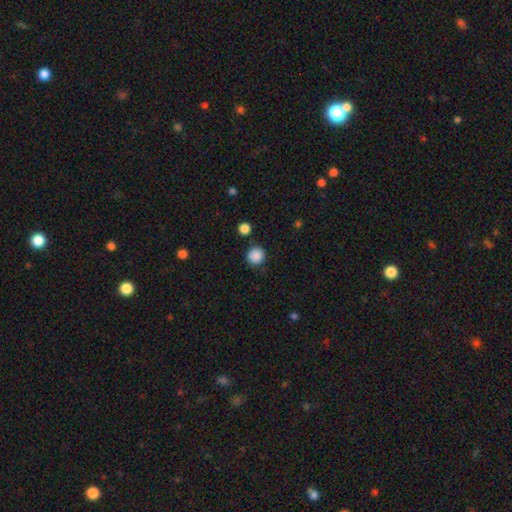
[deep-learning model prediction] This appears to be a smooth galaxy with no disk features (88%) that is round (93%). Merging: none (87%).